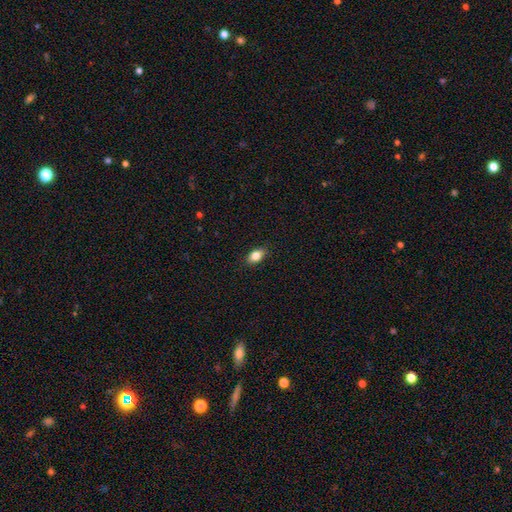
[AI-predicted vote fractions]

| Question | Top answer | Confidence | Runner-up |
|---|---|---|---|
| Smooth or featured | smooth | 83% | featured or disk (8%) |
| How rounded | in between | 87% | round (9%) |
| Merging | none | 87% | minor disturbance (10%) |